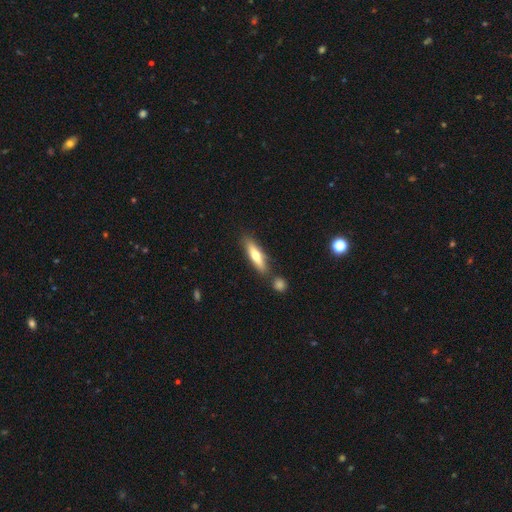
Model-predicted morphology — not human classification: This is possibly a smooth galaxy (58%). How rounded: likely cigar-shaped (71%). Merging: likely none (77%).